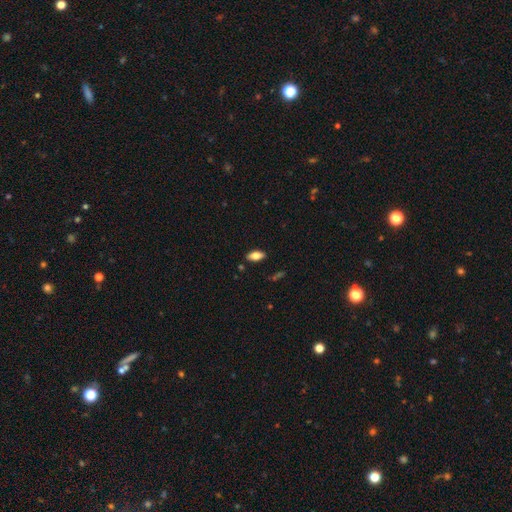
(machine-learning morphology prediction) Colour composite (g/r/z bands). It shows a smooth galaxy with no disk features (77%) that is in between round and cigar-shaped (88%). Merging: none (87%).